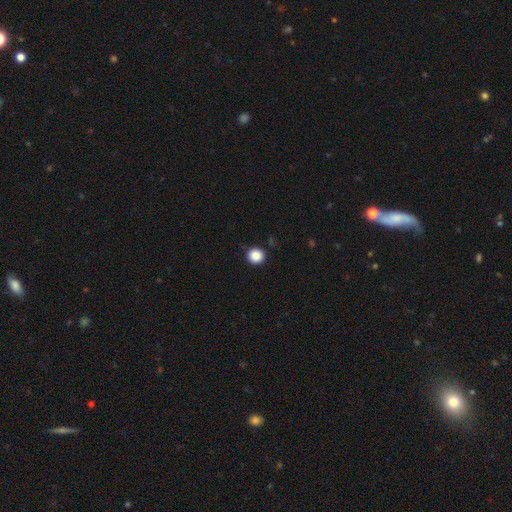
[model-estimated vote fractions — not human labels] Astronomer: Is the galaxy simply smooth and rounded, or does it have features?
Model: smooth — 87%.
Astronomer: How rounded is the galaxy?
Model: round — 95%.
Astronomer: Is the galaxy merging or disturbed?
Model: none — 91%.